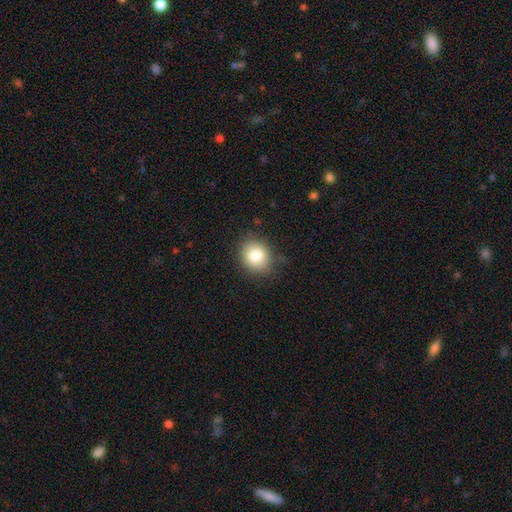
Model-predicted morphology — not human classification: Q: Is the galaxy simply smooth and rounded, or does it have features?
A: smooth — 82%.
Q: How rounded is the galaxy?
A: round — 69%.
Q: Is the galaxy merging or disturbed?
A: none — 83%.